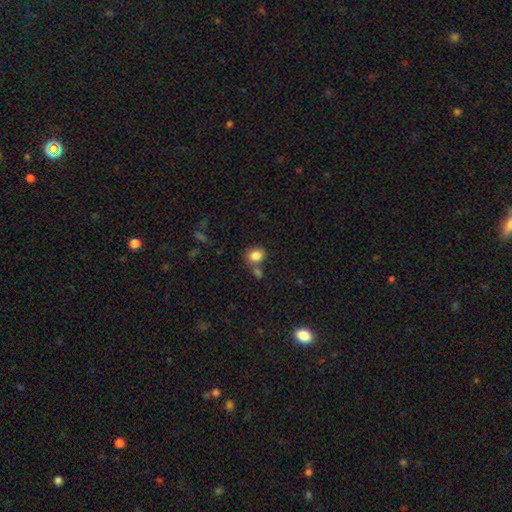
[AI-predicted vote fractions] smooth 84%, star or artifact 10%, featured or disk 7%. Down the decision tree: how rounded — in between (51%); merging — none (59%).